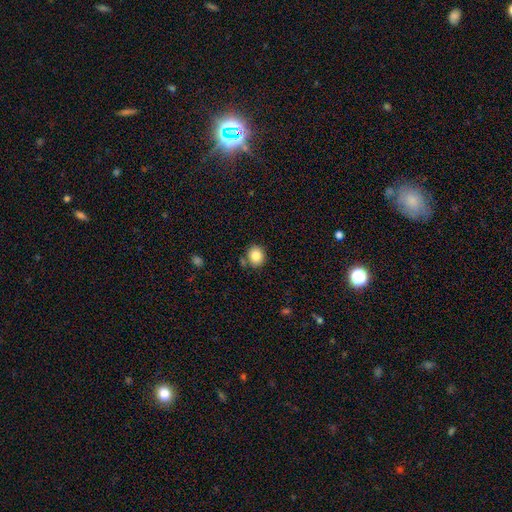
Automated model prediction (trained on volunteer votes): smooth-or-featured: smooth: 84% | star or artifact: 10% | featured or disk: 6%
  how-rounded: round: 76% | in between: 23% | cigar-shaped: 1%
  merging: none: 81% | minor disturbance: 10% | merger: 6% | major disturbance: 3%